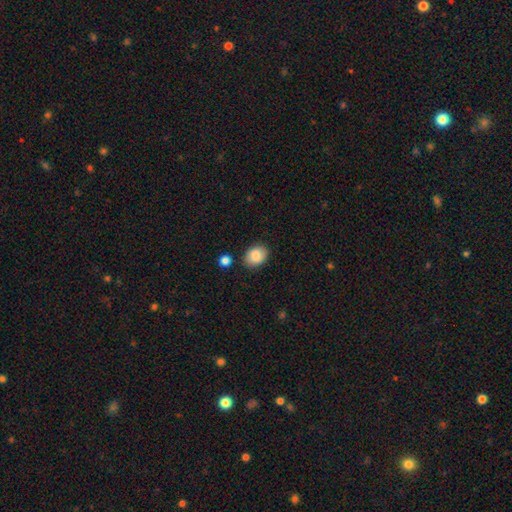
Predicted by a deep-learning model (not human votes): A smooth galaxy with no disk features (86%) that is in between round and cigar-shaped (65%). Merging: none (82%).